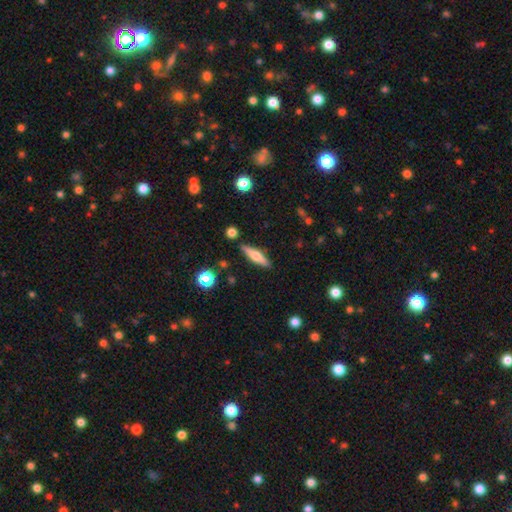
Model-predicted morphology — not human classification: smooth_or_featured: smooth (p=0.50) [alt: featured or disk p=0.43]
how_rounded: cigar-shaped (p=0.73) [alt: in between p=0.24]
merging: none (p=0.86) [alt: minor disturbance p=0.09]